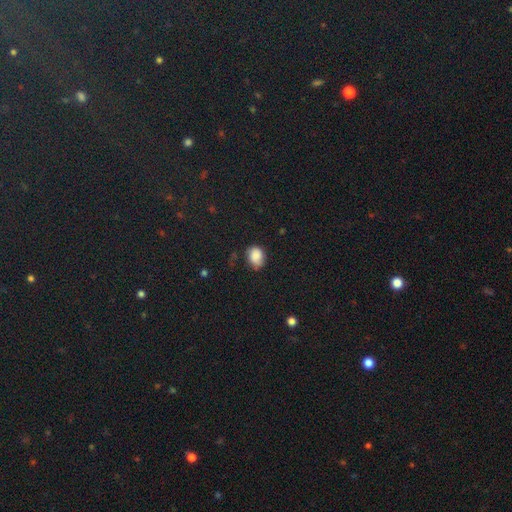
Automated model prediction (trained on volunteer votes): smooth 84%, star or artifact 9%, featured or disk 7%. Down the decision tree: how rounded — in between (60%); merging — none (64%).